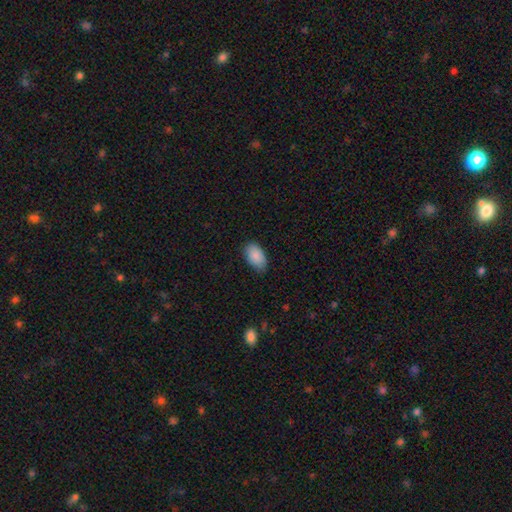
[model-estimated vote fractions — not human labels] Smooth or featured? smooth (89%)
How rounded? in between (94%)
Merging? none (79%)